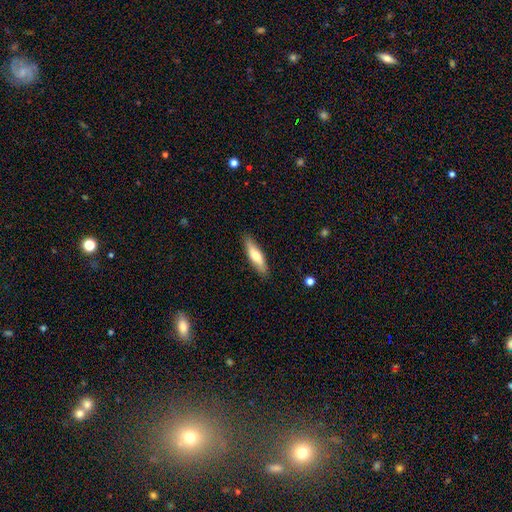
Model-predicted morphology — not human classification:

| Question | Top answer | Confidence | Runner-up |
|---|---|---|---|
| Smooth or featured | smooth | 64% | featured or disk (30%) |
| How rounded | cigar-shaped | 67% | in between (31%) |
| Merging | none | 87% | minor disturbance (10%) |